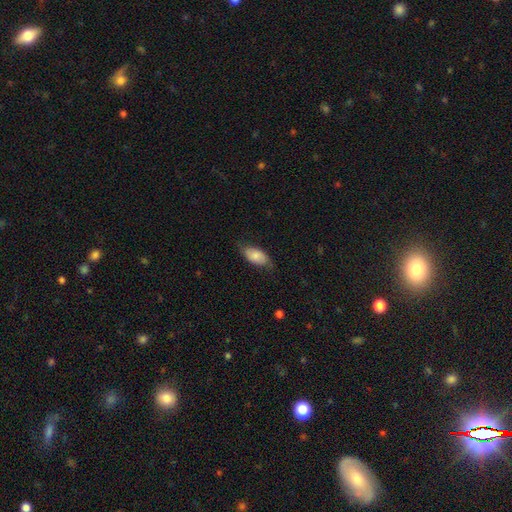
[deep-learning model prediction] Smooth or featured: smooth — 74% (featured or disk — 20%)
How rounded: in between — 92% (cigar-shaped — 4%)
Merging: none — 67% (minor disturbance — 25%)